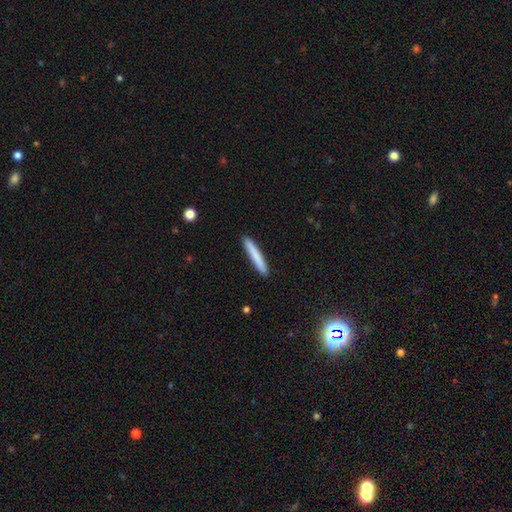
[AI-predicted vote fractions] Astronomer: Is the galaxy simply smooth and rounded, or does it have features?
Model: smooth — 79%.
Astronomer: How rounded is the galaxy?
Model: cigar-shaped — 96%.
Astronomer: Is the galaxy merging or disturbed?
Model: none — 92%.